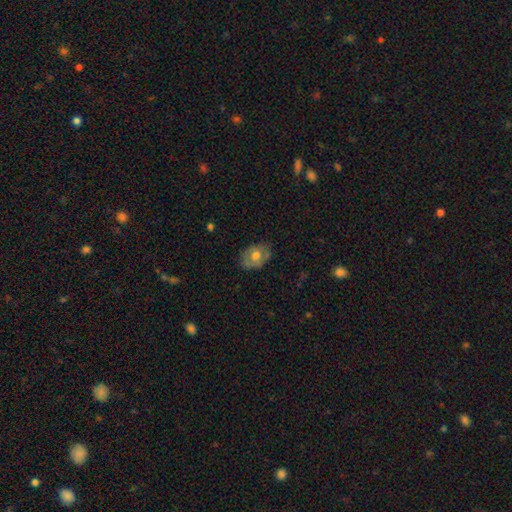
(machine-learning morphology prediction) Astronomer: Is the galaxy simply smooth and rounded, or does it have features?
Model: smooth — 59%.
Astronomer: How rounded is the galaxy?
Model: in between — 68%.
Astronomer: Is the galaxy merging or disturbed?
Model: none — 70%.